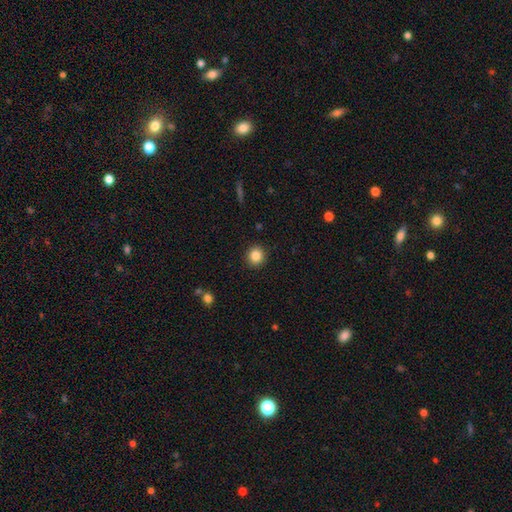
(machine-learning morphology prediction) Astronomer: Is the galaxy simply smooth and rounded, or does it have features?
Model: smooth — 85%.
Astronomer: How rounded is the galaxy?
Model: round — 90%.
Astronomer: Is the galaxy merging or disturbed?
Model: none — 91%.